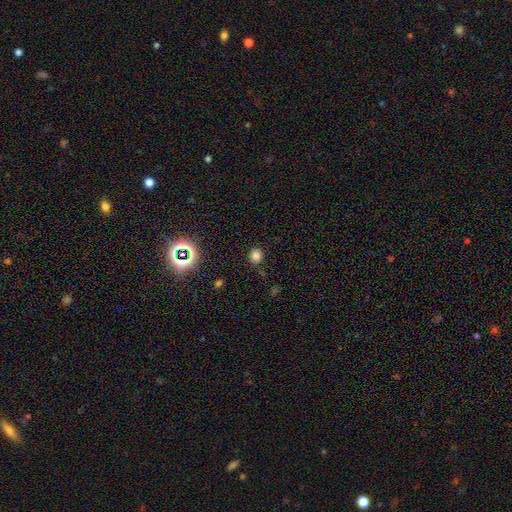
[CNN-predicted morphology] type=smooth (76%); roundness=round (76%); merging=none (86%).